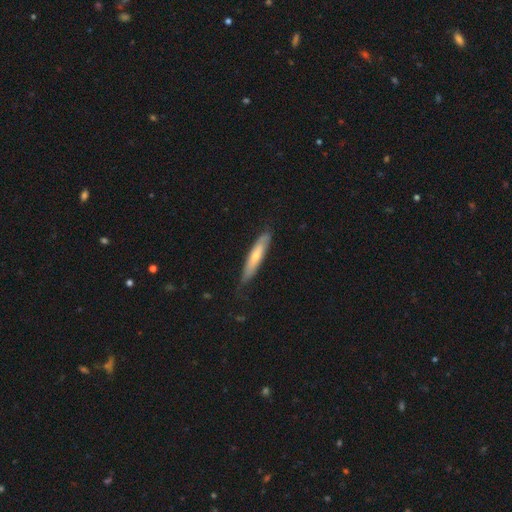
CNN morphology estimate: smooth-or-featured: smooth: 55% | featured or disk: 39% | star or artifact: 5%
  how-rounded: cigar-shaped: 85% | in between: 14% | round: 1%
  merging: none: 75% | minor disturbance: 20% | major disturbance: 3% | merger: 1%